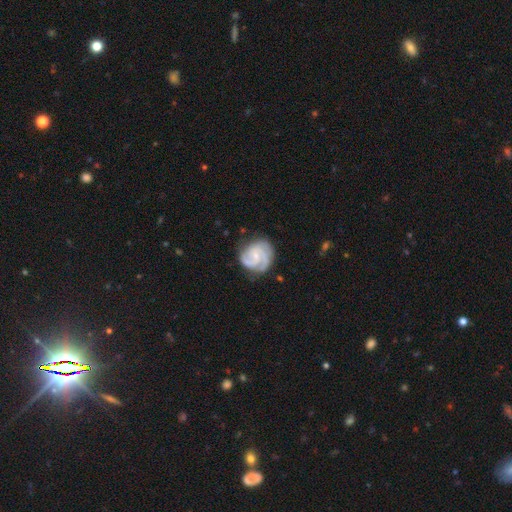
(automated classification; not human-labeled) The model was most divided on "spiral arm count": 3: 44%, 2: 34%, can't tell: 10%, 4: 5%, 1: 4%, more than 4: 3%. More confident: edge-on disk — no (98%); spiral arms — yes (98%); smooth or featured — featured or disk (86%); bulge size — small (73%); merging — none (72%); bar — no (67%); spiral winding — tight (55%).